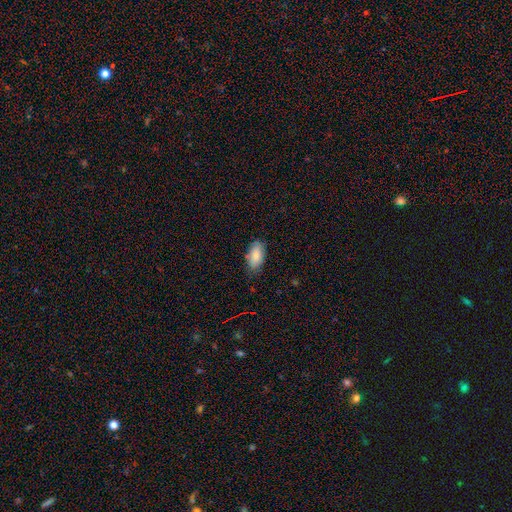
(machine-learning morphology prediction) Overall: smooth (86%). How rounded: in between (92%). Merging: none (78%).